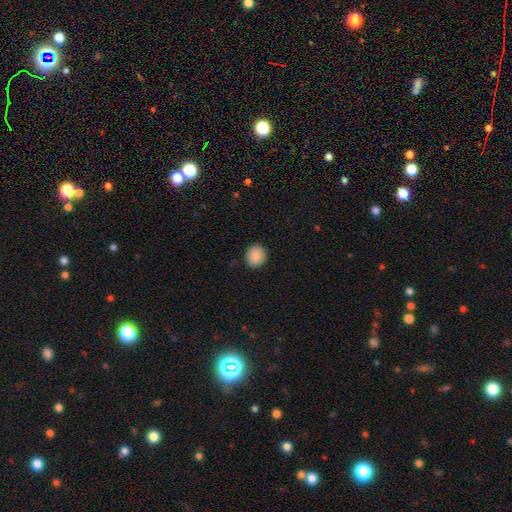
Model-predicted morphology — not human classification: The model was most divided on "how rounded": round: 84%, in between: 15%, cigar-shaped: 1%. More confident: merging — none (90%); smooth or featured — smooth (88%).